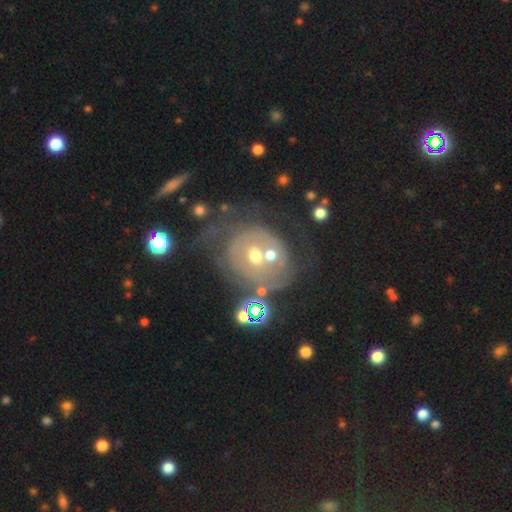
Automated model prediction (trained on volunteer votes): Smooth or featured?
  - featured or disk: 54% *
  - smooth: 31%
  - star or artifact: 16%
Edge-on disk?
  - no: 96% *
  - yes: 4%
Bar?
  - no: 82% *
  - weak: 13%
  - strong: 4%
Spiral arms?
  - no: 62% *
  - yes: 38%
Bulge size?
  - moderate: 60% *
  - small: 24%
  - large: 9%
  - none: 4%
  - dominant: 3%
Merging?
  - none: 33% *
  - major disturbance: 26%
  - merger: 26%
  - minor disturbance: 16%